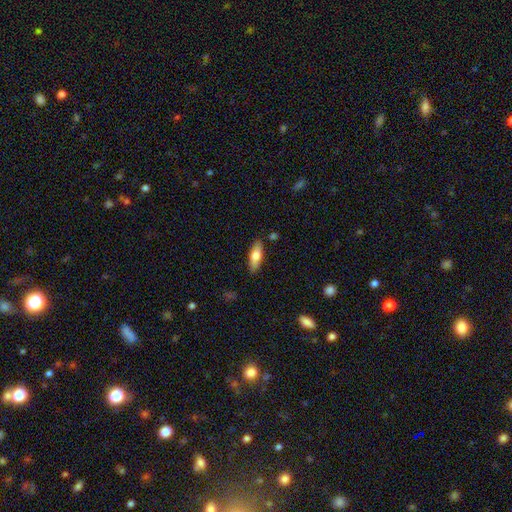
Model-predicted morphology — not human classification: Smooth or featured: smooth — 68% (featured or disk — 26%)
How rounded: in between — 63% (cigar-shaped — 35%)
Merging: none — 84% (minor disturbance — 11%)